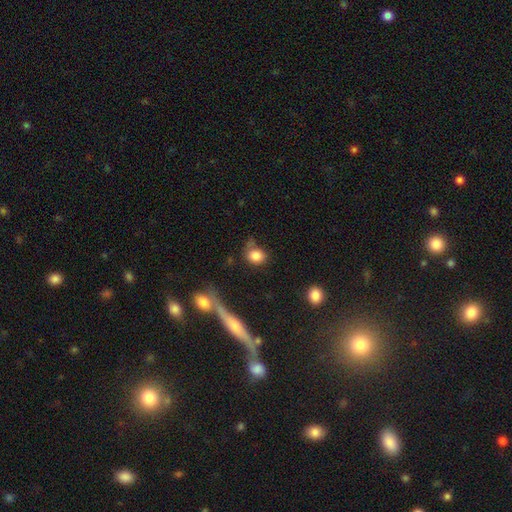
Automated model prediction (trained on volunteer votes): Smooth or featured? smooth (83%)
How rounded? round (56%)
Merging? none (57%)